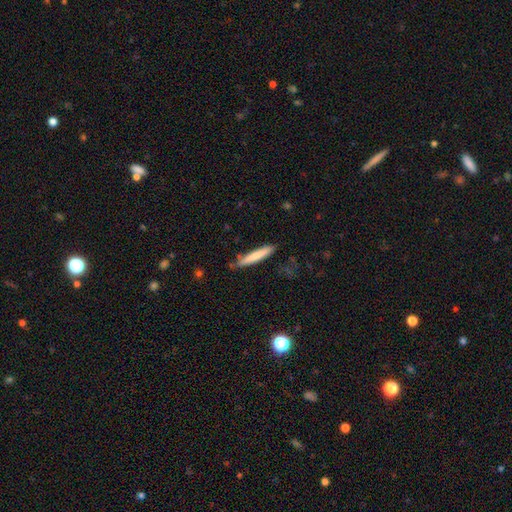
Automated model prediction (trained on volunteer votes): This is likely a smooth galaxy (76%). How rounded: clearly cigar-shaped (93%). Merging: clearly none (81%).